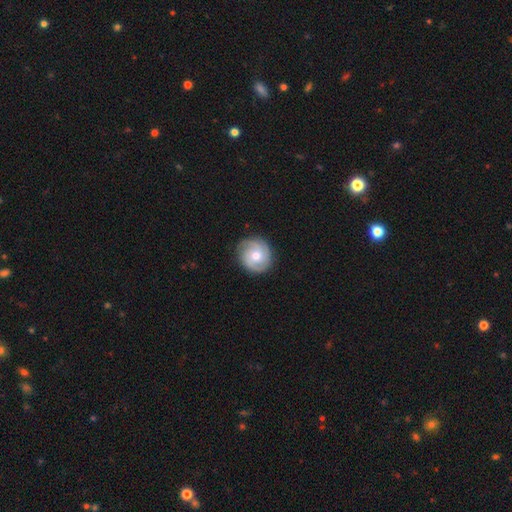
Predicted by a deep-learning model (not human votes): smooth_or_featured: featured or disk (p=0.73) [alt: smooth p=0.21]
disk_edge_on: no (p=0.98) [alt: yes p=0.02]
bar: no (p=0.73) [alt: weak p=0.23]
has_spiral_arms: yes (p=0.94) [alt: no p=0.06]
spiral_winding: tight (p=0.61) [alt: medium p=0.32]
spiral_arm_count: 2 (p=0.43) [alt: 3 p=0.31]
bulge_size: moderate (p=0.66) [alt: small p=0.29]
merging: none (p=0.85) [alt: minor disturbance p=0.11]